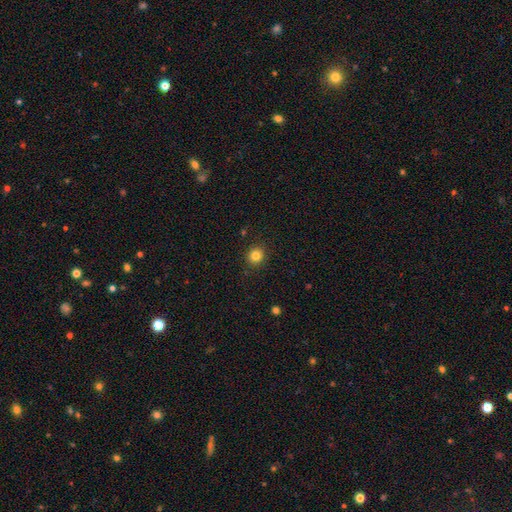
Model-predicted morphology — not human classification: Smooth or featured? smooth (83%)
How rounded? round (88%)
Merging? none (91%)